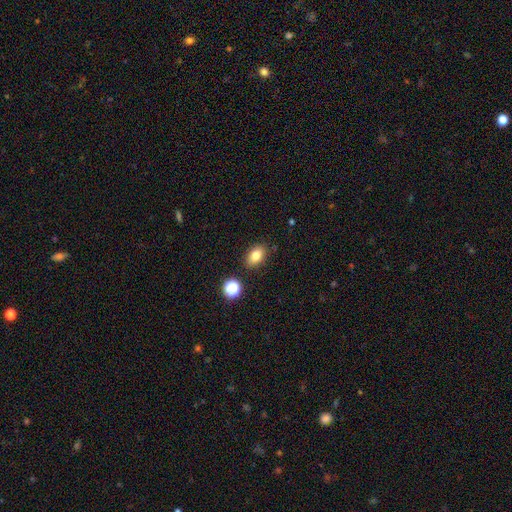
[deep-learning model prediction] smooth_or_featured: smooth (p=0.80) [alt: star or artifact p=0.11]
how_rounded: in between (p=0.81) [alt: round p=0.17]
merging: none (p=0.85) [alt: minor disturbance p=0.10]